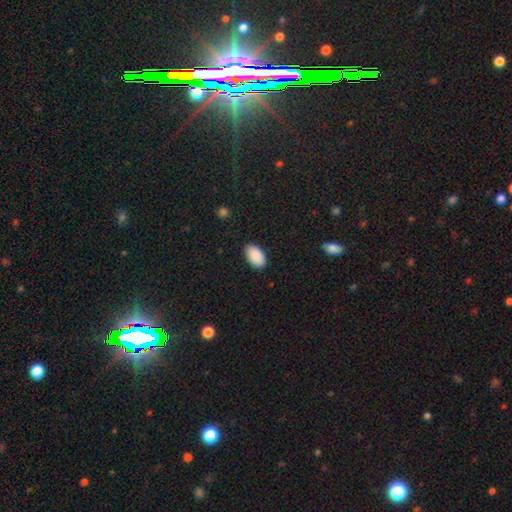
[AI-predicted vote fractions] smooth 91%, star or artifact 6%, featured or disk 3%. Down the decision tree: how rounded — in between (95%); merging — none (88%).